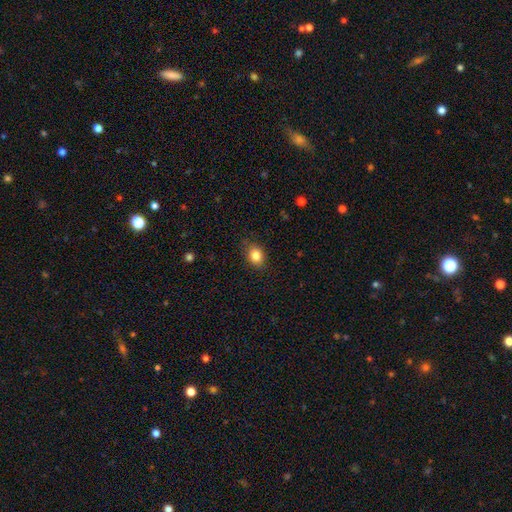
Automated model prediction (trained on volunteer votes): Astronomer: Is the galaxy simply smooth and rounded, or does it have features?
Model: smooth — 85%.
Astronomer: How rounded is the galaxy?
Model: in between — 59% (runner-up: round, 40%).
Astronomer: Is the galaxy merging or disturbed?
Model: none — 84%.